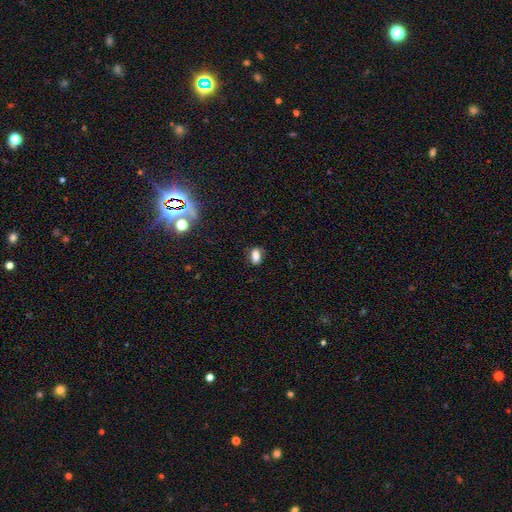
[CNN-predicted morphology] A smooth galaxy with no disk features (82%) that is in between round and cigar-shaped (81%). Merging: none (78%).